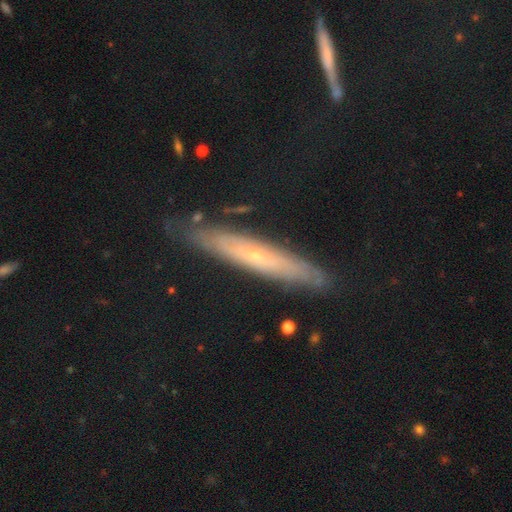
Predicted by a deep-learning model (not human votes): smooth_or_featured: featured or disk (p=0.65) [alt: smooth p=0.25]
disk_edge_on: yes (p=0.65) [alt: no p=0.35]
merging: none (p=0.83) [alt: minor disturbance p=0.13]